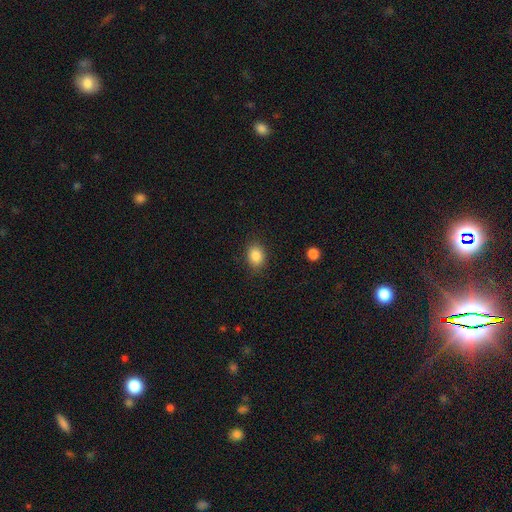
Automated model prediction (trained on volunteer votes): Q: Smooth or featured?
A: smooth (86%); runner-up: star or artifact (9%)
Q: How rounded?
A: in between (59%); runner-up: round (40%)
Q: Merging?
A: none (84%); runner-up: minor disturbance (11%)